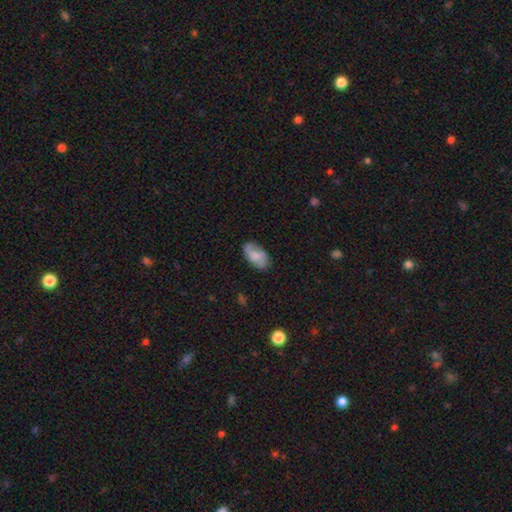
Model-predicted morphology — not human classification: The model was most divided on "smooth or featured": smooth: 61%, featured or disk: 32%, star or artifact: 7%. More confident: how rounded — in between (93%); merging — none (71%).